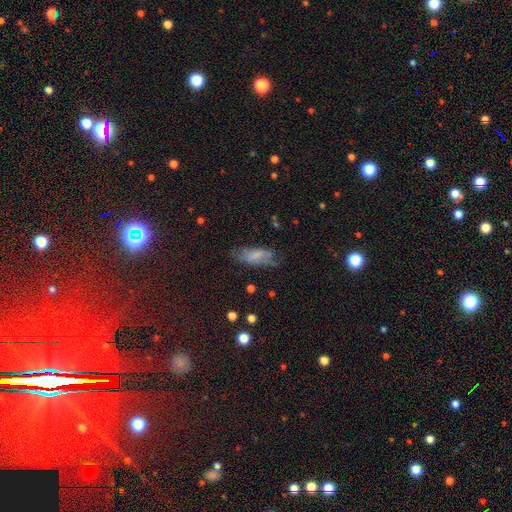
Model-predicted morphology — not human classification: Q: Smooth or featured?
A: smooth (61%); runner-up: featured or disk (28%)
Q: How rounded?
A: in between (78%); runner-up: cigar-shaped (19%)
Q: Merging?
A: none (49%); runner-up: minor disturbance (30%)